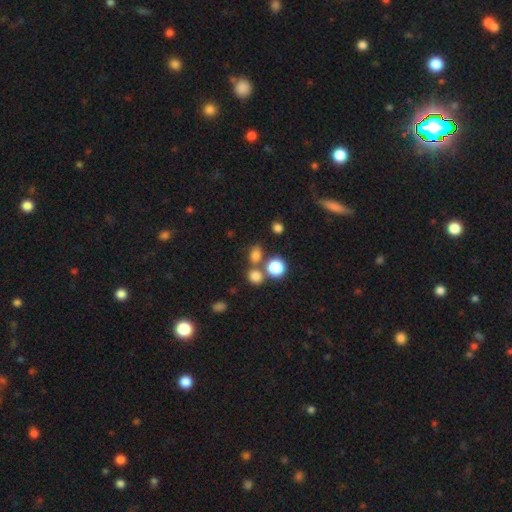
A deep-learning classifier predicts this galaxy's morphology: A smooth galaxy with no disk features (75%) that is in between round and cigar-shaped (49%, tied with round).

Vote fractions:
- Smooth or featured? smooth: 75% / star or artifact: 17% / featured or disk: 8%
- How rounded? in between: 49% (tied) / round: 49% (tied) / cigar-shaped: 2%
- Merging? none: 60% / merger: 25% / minor disturbance: 10% / major disturbance: 4%